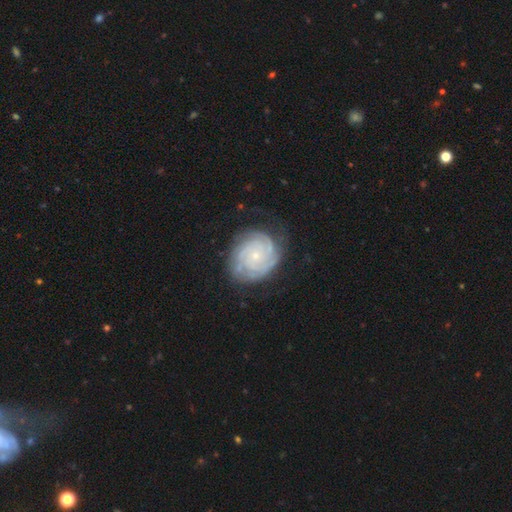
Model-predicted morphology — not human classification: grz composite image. It shows a featured or disk galaxy (86%) with no bar (82%), 4 (24%) tight (83%) spiral arms (98%) and a small central bulge (81%). Merging: none (77%).